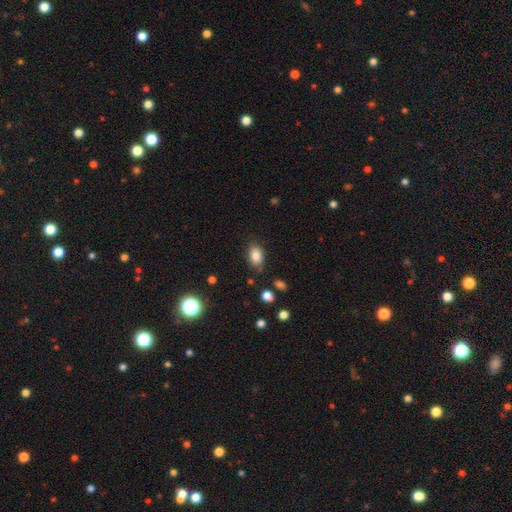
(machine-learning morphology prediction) This is clearly a smooth galaxy (84%). How rounded: clearly in between (83%). Merging: clearly none (81%).